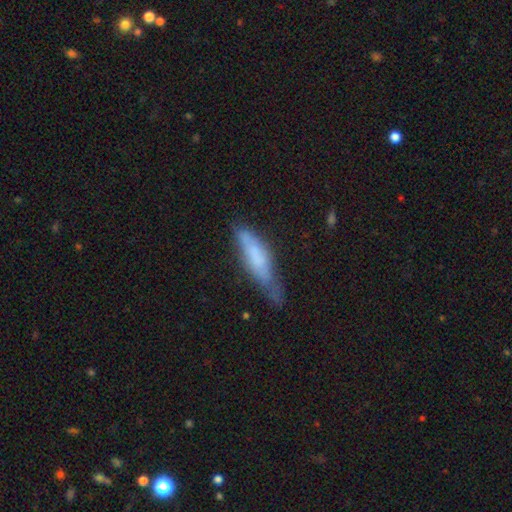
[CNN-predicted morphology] smooth-or-featured: smooth: 60% | featured or disk: 32% | star or artifact: 8%
  how-rounded: cigar-shaped: 71% | in between: 27% | round: 2%
  merging: none: 47% | minor disturbance: 37% | major disturbance: 12% | merger: 4%